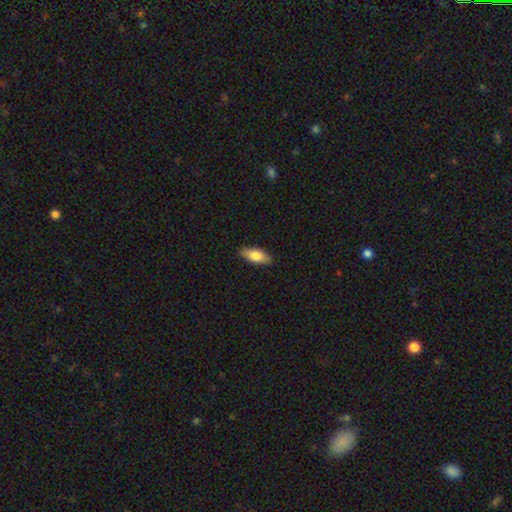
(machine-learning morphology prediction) Q: Smooth or featured?
A: smooth (79%); runner-up: featured or disk (15%)
Q: How rounded?
A: in between (82%); runner-up: cigar-shaped (16%)
Q: Merging?
A: none (87%); runner-up: minor disturbance (10%)